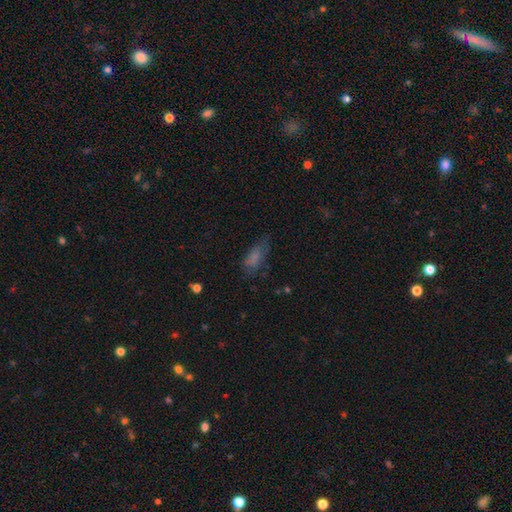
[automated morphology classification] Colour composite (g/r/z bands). It shows a smooth galaxy with no disk features (60%) that is in between round and cigar-shaped (74%). Merging: none (57%).